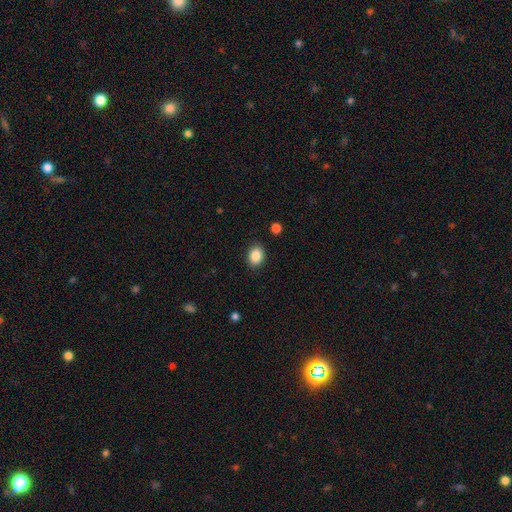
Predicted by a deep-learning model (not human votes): Smooth or featured? Predicted: smooth (p=0.88). How rounded? Predicted: in between (p=0.61). Merging? Predicted: none (p=0.88).